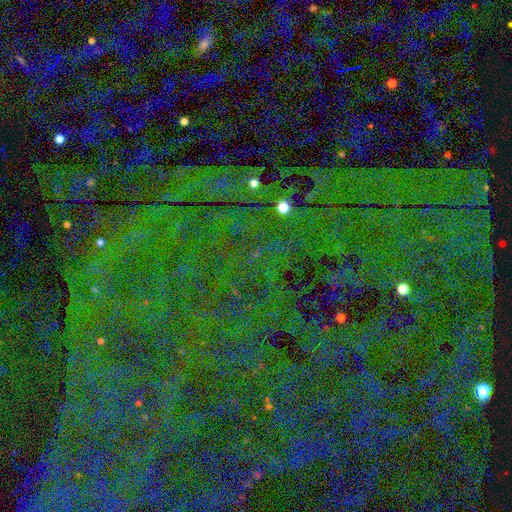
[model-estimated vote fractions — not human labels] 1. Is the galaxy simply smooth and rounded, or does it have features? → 84% star or artifact, 9% smooth, 7% featured or disk.